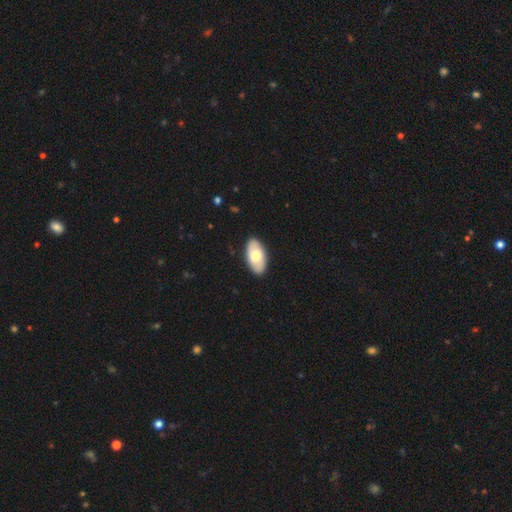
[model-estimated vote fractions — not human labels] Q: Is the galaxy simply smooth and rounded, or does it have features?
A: smooth — 66%.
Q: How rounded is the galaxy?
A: in between — 95%.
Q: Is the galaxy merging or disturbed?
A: none — 89%.